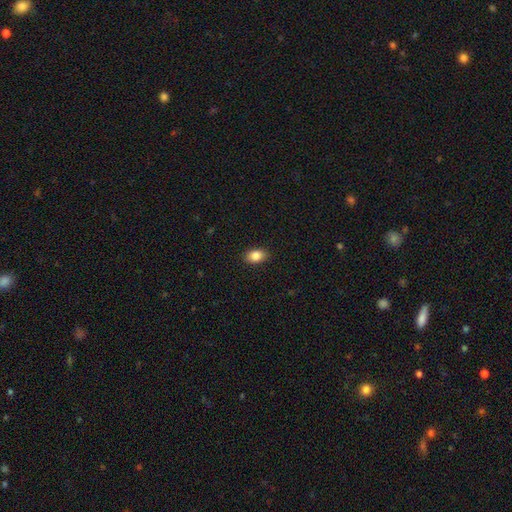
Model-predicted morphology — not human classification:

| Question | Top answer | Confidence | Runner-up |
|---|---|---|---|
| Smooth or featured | smooth | 86% | star or artifact (8%) |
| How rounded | in between | 86% | round (12%) |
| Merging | none | 89% | minor disturbance (8%) |